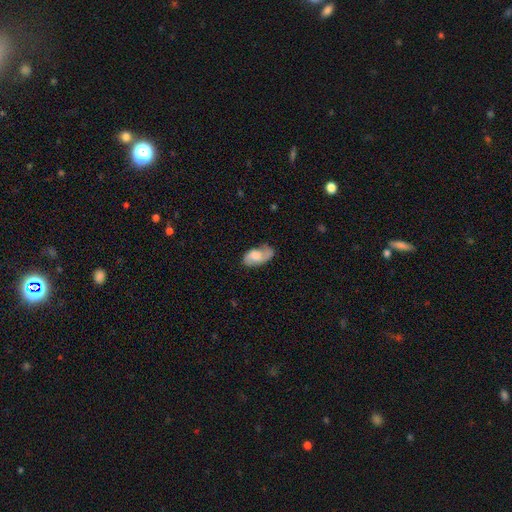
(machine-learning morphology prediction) Smooth or featured? featured or disk (47%)
Merging? none (55%)